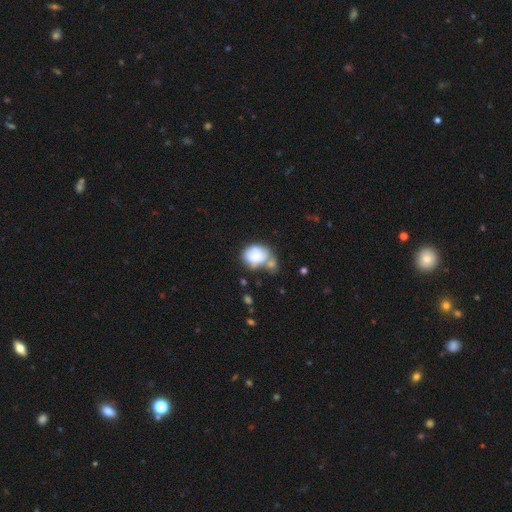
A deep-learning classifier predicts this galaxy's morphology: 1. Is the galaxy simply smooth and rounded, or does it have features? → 76% smooth, 16% featured or disk, 8% star or artifact.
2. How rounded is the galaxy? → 58% in between, 40% round, 1% cigar-shaped.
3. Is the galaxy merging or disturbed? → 42% merger, 26% none, 19% minor disturbance, 13% major disturbance.